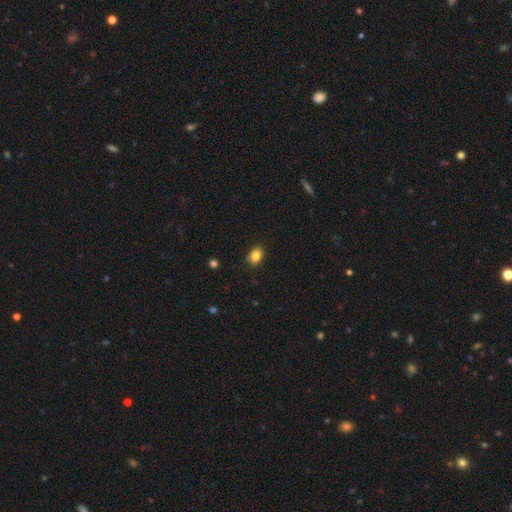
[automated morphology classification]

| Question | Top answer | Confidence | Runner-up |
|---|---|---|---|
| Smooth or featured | smooth | 85% | star or artifact (10%) |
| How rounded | in between | 73% | round (26%) |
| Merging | none | 84% | minor disturbance (12%) |